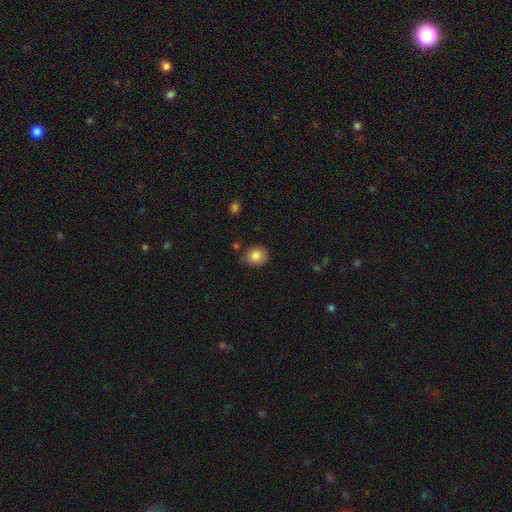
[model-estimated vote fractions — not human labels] Smooth or featured?
  - smooth: 85% *
  - star or artifact: 9%
  - featured or disk: 6%
How rounded?
  - round: 68% *
  - in between: 31%
  - cigar-shaped: 1%
Merging?
  - none: 80% *
  - minor disturbance: 15%
  - major disturbance: 3%
  - merger: 2%